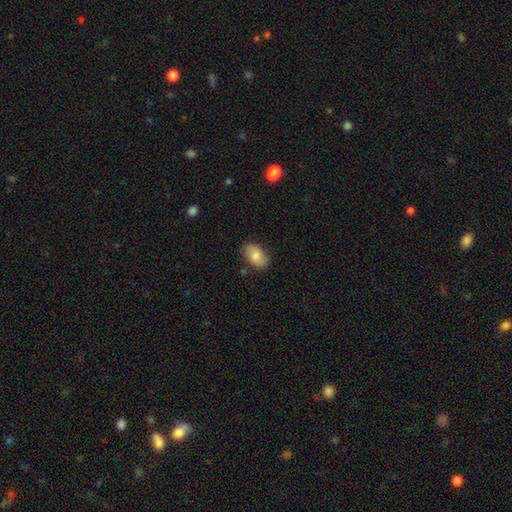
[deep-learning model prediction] Smooth or featured?
  - smooth: 80% *
  - featured or disk: 13%
  - star or artifact: 7%
How rounded?
  - in between: 91% *
  - round: 7%
  - cigar-shaped: 1%
Merging?
  - none: 81% *
  - minor disturbance: 15%
  - major disturbance: 3%
  - merger: 2%